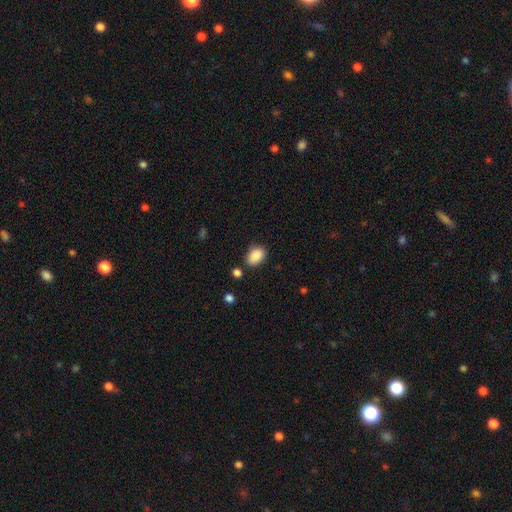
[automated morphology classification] Smooth or featured? Predicted: smooth (p=0.89). How rounded? Predicted: in between (p=0.82). Merging? Predicted: none (p=0.79).